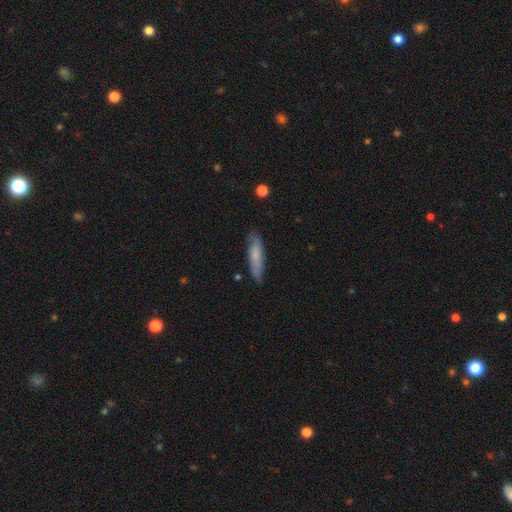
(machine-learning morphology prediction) smooth-or-featured: smooth: 69% | featured or disk: 25% | star or artifact: 6%
  how-rounded: cigar-shaped: 74% | in between: 25% | round: 2%
  merging: none: 79% | minor disturbance: 16% | major disturbance: 3% | merger: 1%